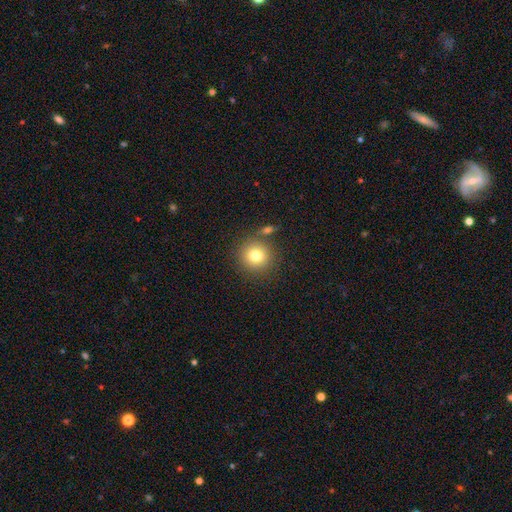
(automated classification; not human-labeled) Smooth or featured? Predicted: smooth (p=0.79). How rounded? Predicted: round (p=0.93). Merging? Predicted: none (p=0.77).